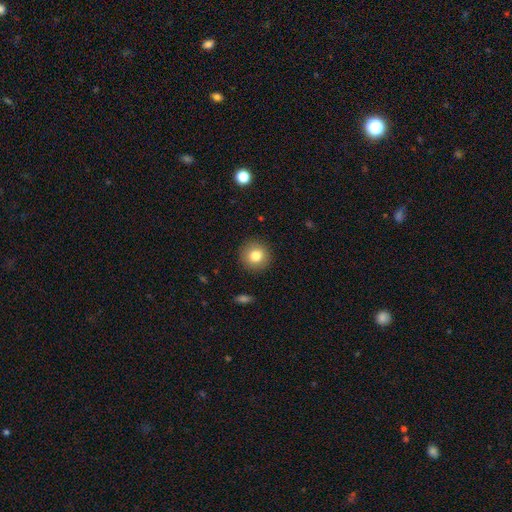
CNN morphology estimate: smooth 81%, featured or disk 10%, star or artifact 10%. Down the decision tree: how rounded — round (93%); merging — none (91%).